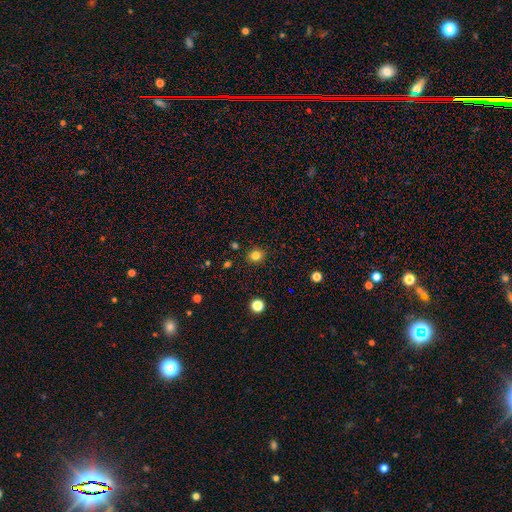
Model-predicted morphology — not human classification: type=smooth (82%); roundness=round (82%); merging=none (90%).